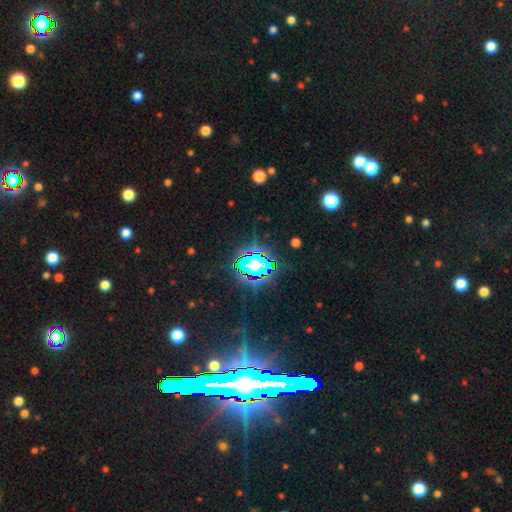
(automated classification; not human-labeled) smooth_or_featured: star or artifact (p=0.72) [alt: smooth p=0.16]